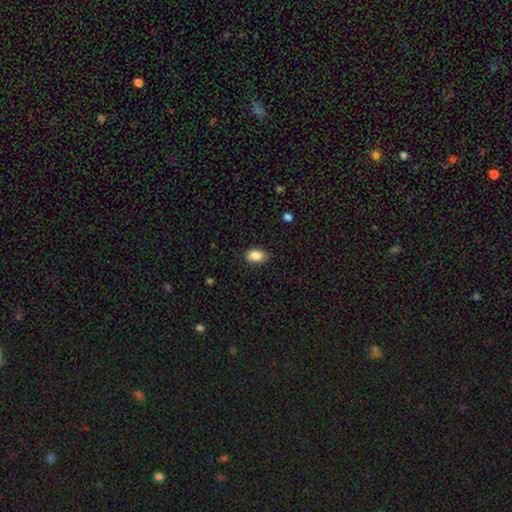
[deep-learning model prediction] Smooth or featured: smooth — 88% (star or artifact — 7%)
How rounded: in between — 91% (round — 7%)
Merging: none — 85% (minor disturbance — 12%)